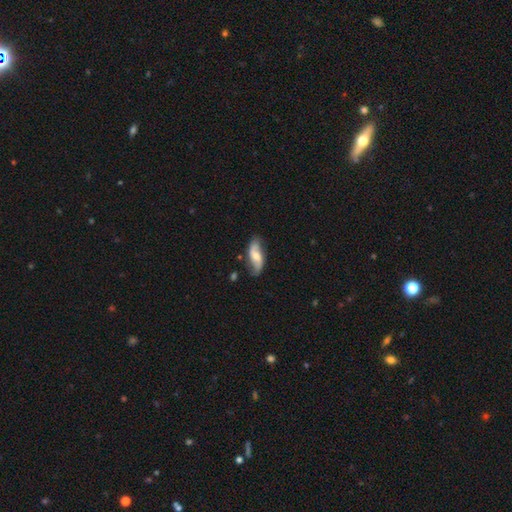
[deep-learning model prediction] Morphology: type=featured or disk (65%); edge-on=no (90%); bar=no (46%); spiral arms=yes (91%); winding=loose (69%); arm count=2 (89%); bulge=moderate (54%); merging=none (73%).